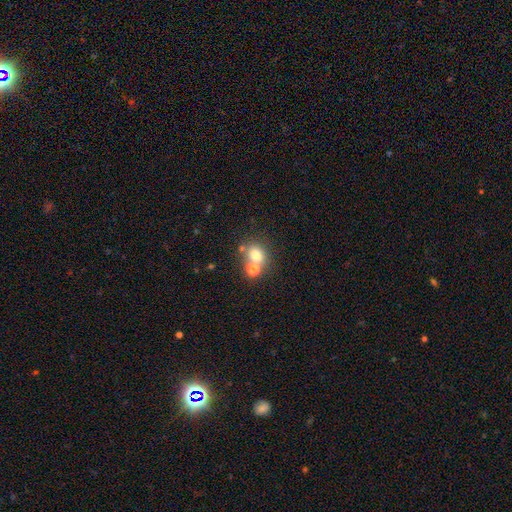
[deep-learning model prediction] smooth_or_featured: smooth (p=0.73) [alt: star or artifact p=0.15]
how_rounded: round (p=0.62) [alt: in between p=0.37]
merging: none (p=0.54) [alt: merger p=0.33]